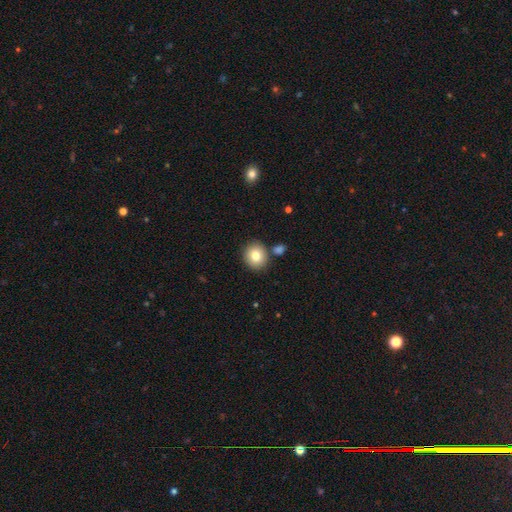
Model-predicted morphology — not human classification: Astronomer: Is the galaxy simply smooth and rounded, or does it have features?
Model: smooth — 80%.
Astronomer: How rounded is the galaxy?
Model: round — 83%.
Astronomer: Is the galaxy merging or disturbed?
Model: none — 81%.